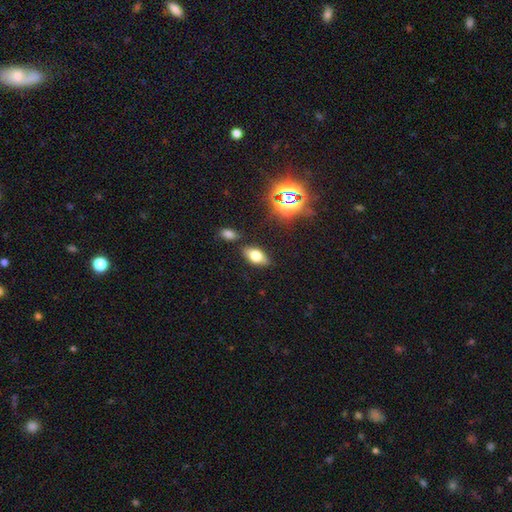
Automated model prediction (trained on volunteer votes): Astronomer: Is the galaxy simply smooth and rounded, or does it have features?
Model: smooth — 58%.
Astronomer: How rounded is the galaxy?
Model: in between — 83%.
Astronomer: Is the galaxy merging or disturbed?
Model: none — 81%.